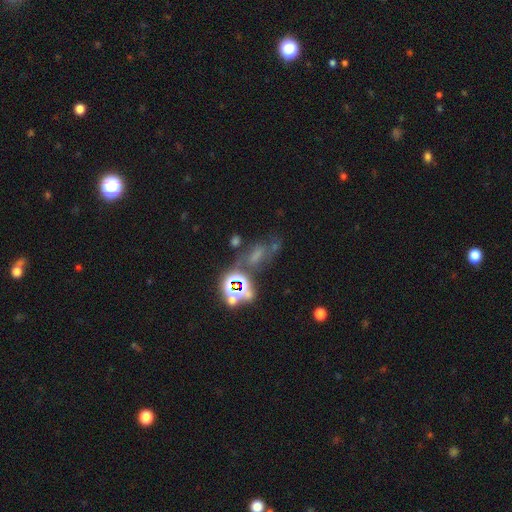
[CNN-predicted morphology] smooth-or-featured: star or artifact: 40% | smooth: 37% | featured or disk: 23%